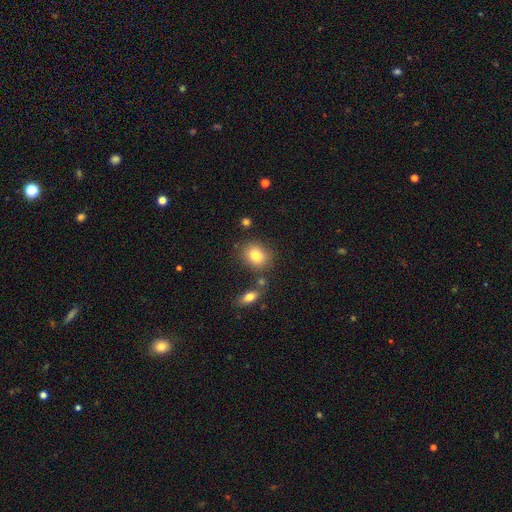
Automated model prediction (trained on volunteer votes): smooth-or-featured: smooth: 81% | featured or disk: 10% | star or artifact: 9%
  how-rounded: round: 56% | in between: 42% | cigar-shaped: 1%
  merging: none: 77% | minor disturbance: 11% | merger: 8% | major disturbance: 3%